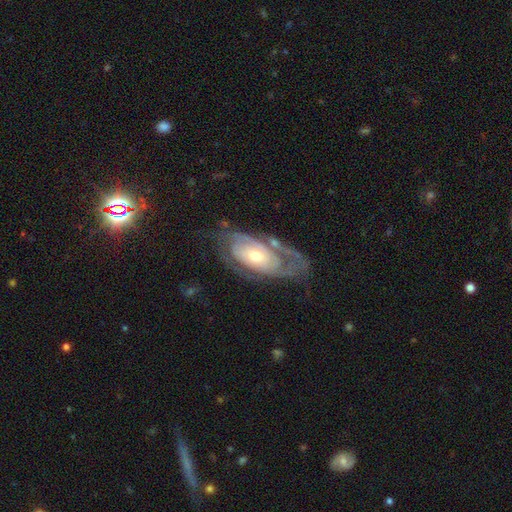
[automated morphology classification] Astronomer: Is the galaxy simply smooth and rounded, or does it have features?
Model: featured or disk — 80%.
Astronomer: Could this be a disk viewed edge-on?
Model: no — 93%.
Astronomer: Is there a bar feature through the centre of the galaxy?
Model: no — 71%.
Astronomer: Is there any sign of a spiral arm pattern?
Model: yes — 85%.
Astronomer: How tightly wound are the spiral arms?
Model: tight — 61%.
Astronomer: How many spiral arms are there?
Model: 2 — 44% (runner-up: can't tell, 33%).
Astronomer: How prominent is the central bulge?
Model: moderate — 52% (runner-up: small, 40%).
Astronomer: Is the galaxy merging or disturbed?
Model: none — 52%.